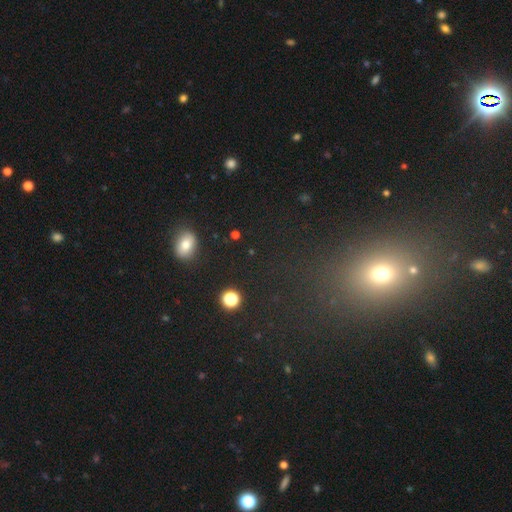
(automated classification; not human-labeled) Q: Smooth or featured?
A: star or artifact (50%); runner-up: smooth (41%)